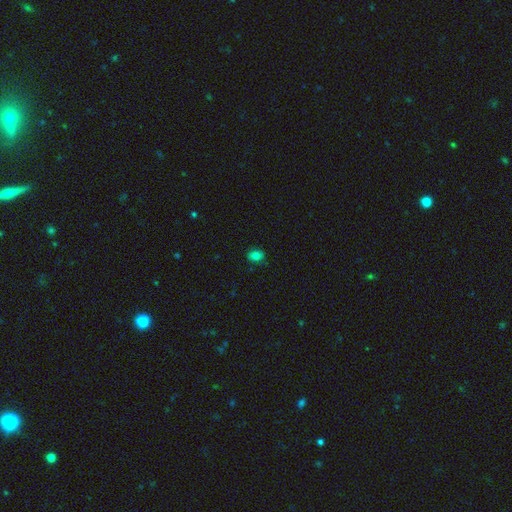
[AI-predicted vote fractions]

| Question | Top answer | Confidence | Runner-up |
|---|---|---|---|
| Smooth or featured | smooth | 79% | star or artifact (13%) |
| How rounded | in between | 59% | round (40%) |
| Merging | none | 83% | minor disturbance (13%) |